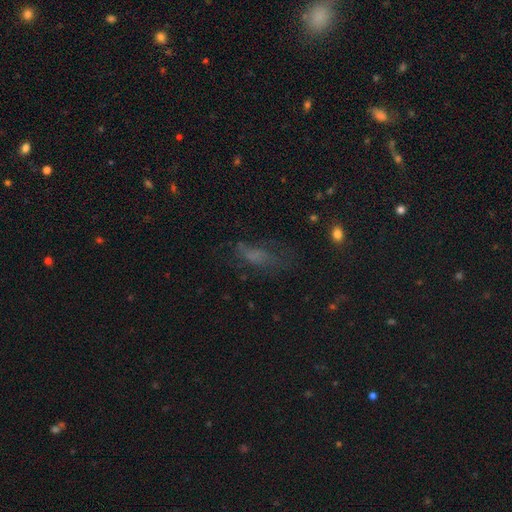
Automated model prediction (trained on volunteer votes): This is possibly a smooth galaxy (51%). How rounded: likely in between (69%). Merging: possibly none (49%).